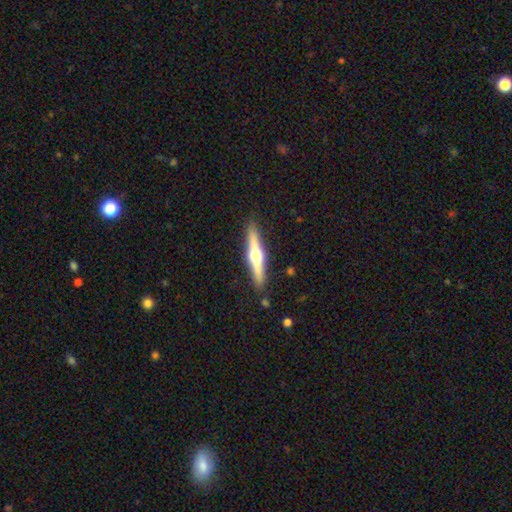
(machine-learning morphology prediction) smooth-or-featured: featured or disk: 67% | smooth: 28% | star or artifact: 6%
  disk-edge-on: yes: 97% | no: 3%
    edge-on-bulge: rounded: 95% | boxy: 3% | none: 2%
  merging: none: 89% | minor disturbance: 8% | major disturbance: 2% | merger: 2%